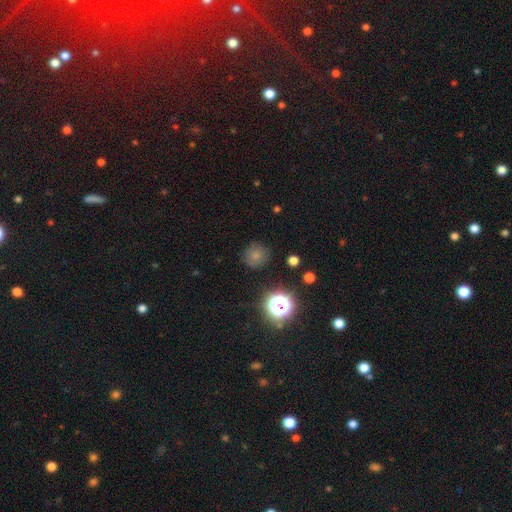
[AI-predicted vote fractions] Smooth or featured? smooth (71%)
How rounded? round (92%)
Merging? none (83%)